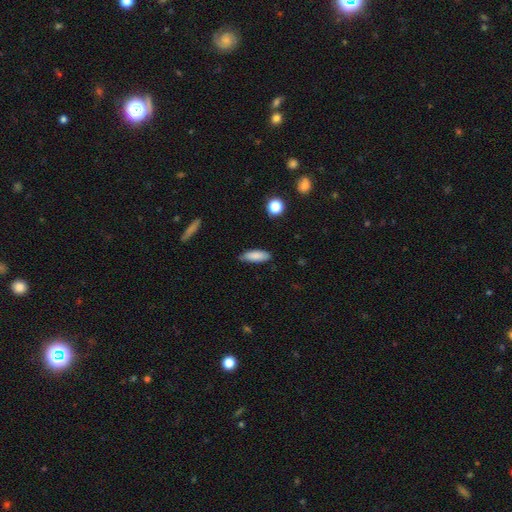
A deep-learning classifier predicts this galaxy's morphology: A smooth galaxy with no disk features (85%) that is in between round and cigar-shaped (64%). Merging: none (77%).